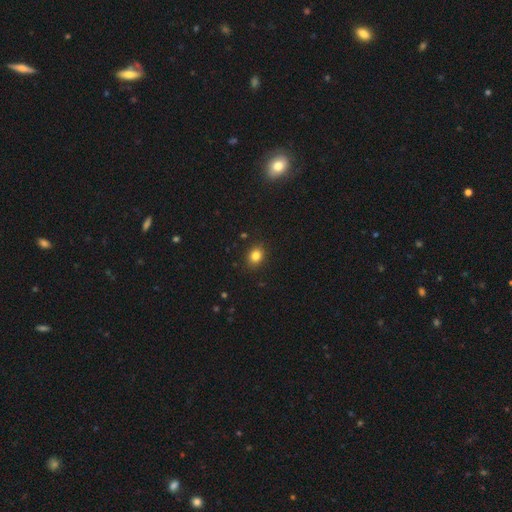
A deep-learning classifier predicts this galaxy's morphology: A smooth galaxy with no disk features (82%) that is round (54%). Merging: none (88%).